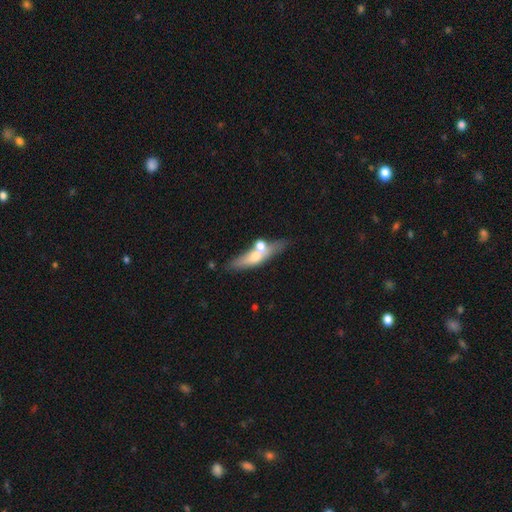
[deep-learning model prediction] A smooth galaxy with no disk features (51%) that is cigar-shaped (61%).

Vote fractions:
- Smooth or featured? smooth: 51% / featured or disk: 42% / star or artifact: 7%
- How rounded? cigar-shaped: 61% / in between: 34% / round: 5%
- Merging? none: 52% / merger: 27% / minor disturbance: 15% / major disturbance: 6%